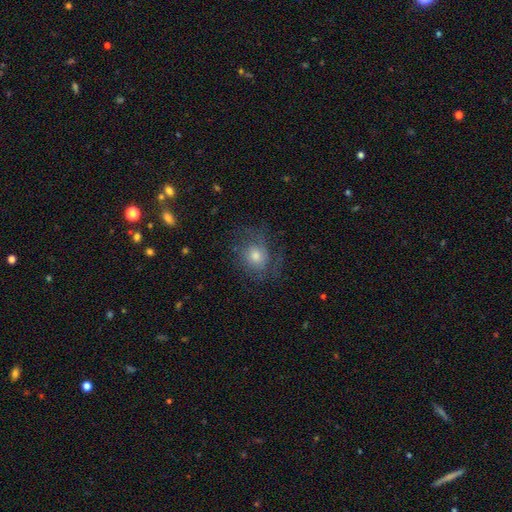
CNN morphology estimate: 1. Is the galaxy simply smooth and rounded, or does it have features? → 46% smooth, 40% featured or disk, 14% star or artifact.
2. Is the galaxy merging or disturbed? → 63% none, 19% minor disturbance, 16% major disturbance, 1% merger.